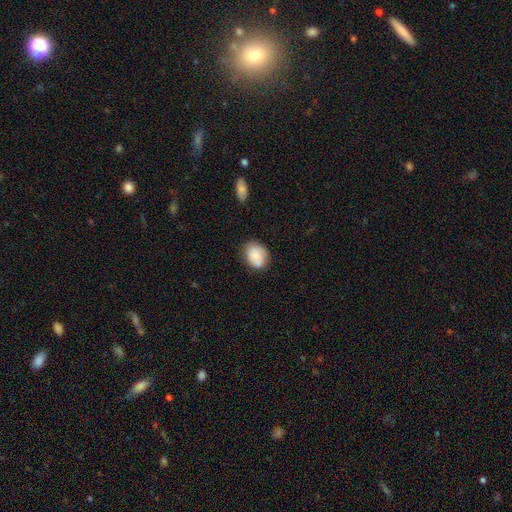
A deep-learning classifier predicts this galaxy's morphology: A smooth galaxy with no disk features (79%) that is in between round and cigar-shaped (59%). Merging: none (68%).